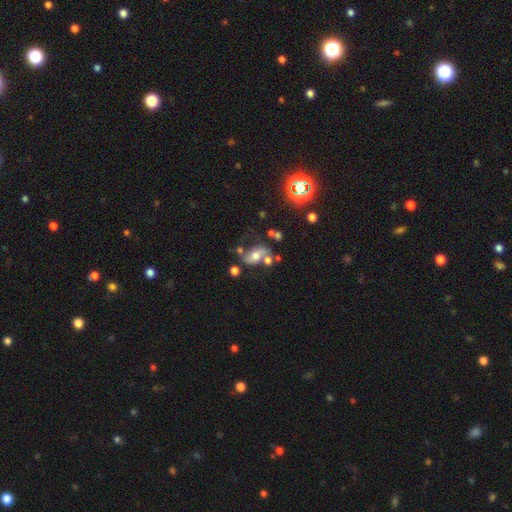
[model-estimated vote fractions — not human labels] The model was most divided on "smooth or featured": featured or disk: 49%, smooth: 37%, star or artifact: 14%. Remaining: merging — none (43%).